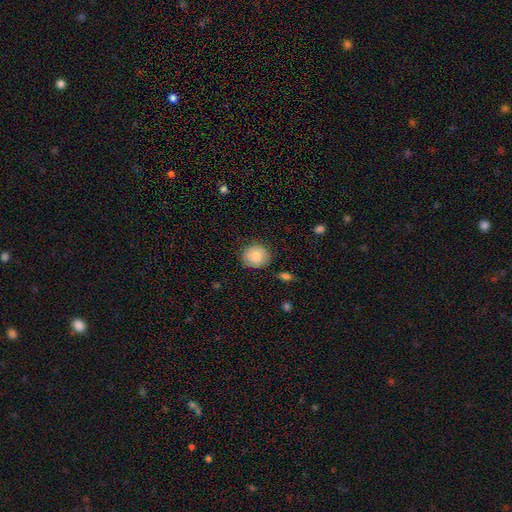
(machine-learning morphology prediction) A smooth galaxy with no disk features (86%) that is round (82%). Merging: none (84%).